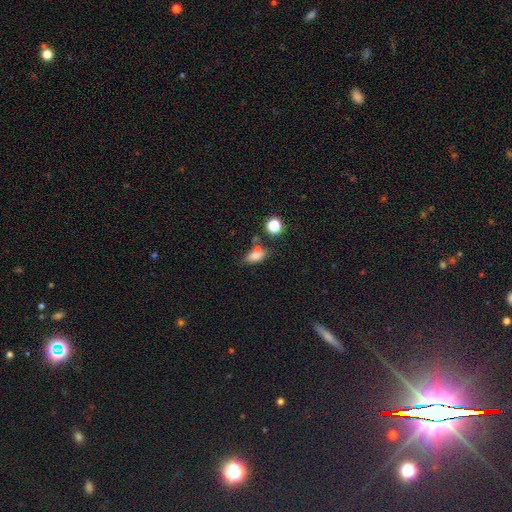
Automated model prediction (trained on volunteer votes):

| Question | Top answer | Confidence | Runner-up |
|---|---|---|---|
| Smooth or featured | smooth | 74% | featured or disk (13%) |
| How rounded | in between | 78% | cigar-shaped (11%) |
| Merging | none | 56% | minor disturbance (19%) |